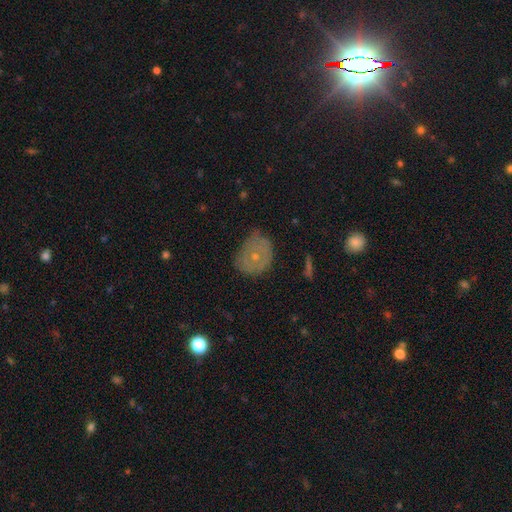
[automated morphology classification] The model was most divided on "smooth or featured": smooth: 48%, featured or disk: 39%, star or artifact: 12%. More confident: merging — none (60%).